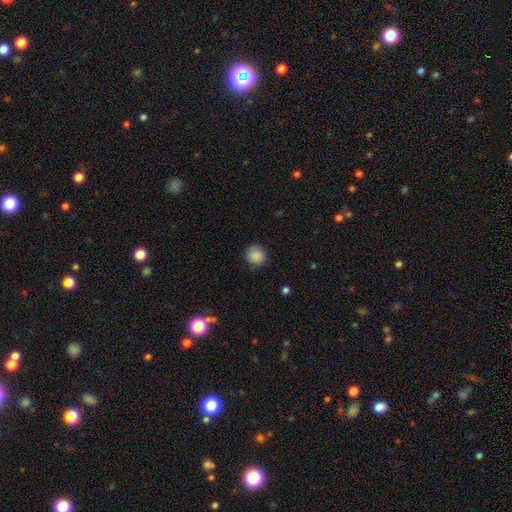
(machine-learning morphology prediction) Smooth or featured? Predicted: smooth (p=0.87). How rounded? Predicted: round (p=0.89). Merging? Predicted: none (p=0.83).